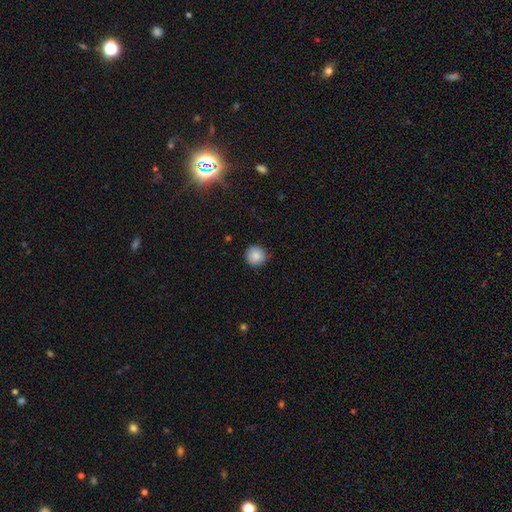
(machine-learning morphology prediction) smooth 86%, star or artifact 9%, featured or disk 6%. Down the decision tree: how rounded — round (95%); merging — none (88%).